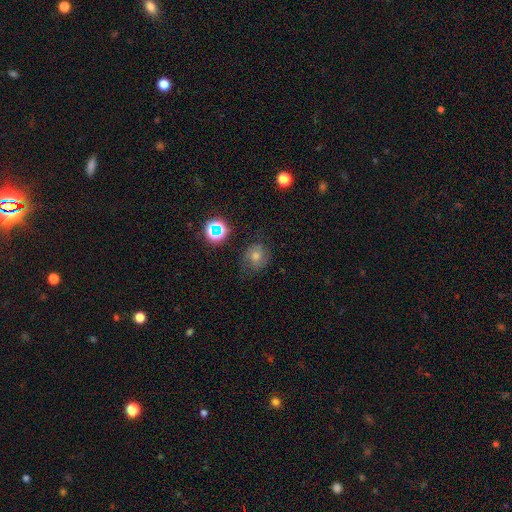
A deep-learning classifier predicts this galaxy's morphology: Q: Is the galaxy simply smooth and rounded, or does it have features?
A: smooth — 47%.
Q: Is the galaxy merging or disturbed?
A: none — 70%.